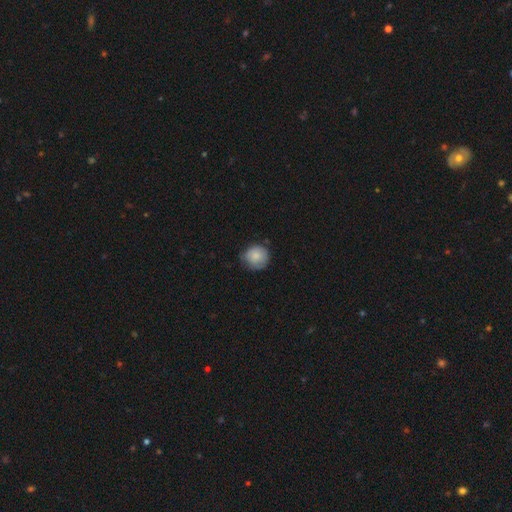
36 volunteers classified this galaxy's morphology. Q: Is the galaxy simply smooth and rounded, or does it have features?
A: smooth — 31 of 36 (86%).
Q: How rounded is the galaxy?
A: round — 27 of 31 (87%).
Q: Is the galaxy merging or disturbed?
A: none — 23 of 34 (68%).